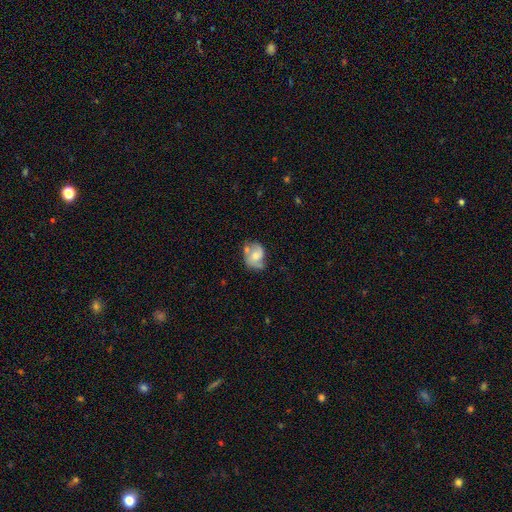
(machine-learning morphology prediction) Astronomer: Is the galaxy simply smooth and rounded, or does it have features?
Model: featured or disk — 54% (runner-up: smooth, 38%).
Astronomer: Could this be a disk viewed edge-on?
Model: no — 97%.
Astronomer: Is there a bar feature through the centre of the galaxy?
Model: no — 68%.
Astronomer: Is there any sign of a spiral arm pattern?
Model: yes — 71%.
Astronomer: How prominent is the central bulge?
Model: moderate — 57%.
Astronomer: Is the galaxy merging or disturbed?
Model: none — 41% (runner-up: minor disturbance, 29%).